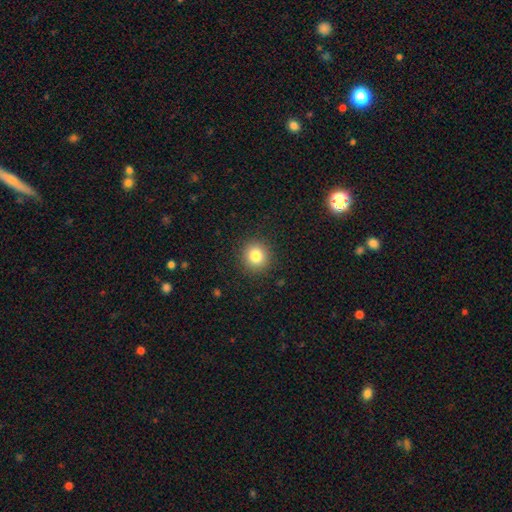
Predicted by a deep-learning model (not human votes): smooth-or-featured: smooth: 83% | star or artifact: 11% | featured or disk: 6%
  how-rounded: round: 91% | in between: 8% | cigar-shaped: 1%
  merging: none: 91% | minor disturbance: 6% | major disturbance: 2% | merger: 1%